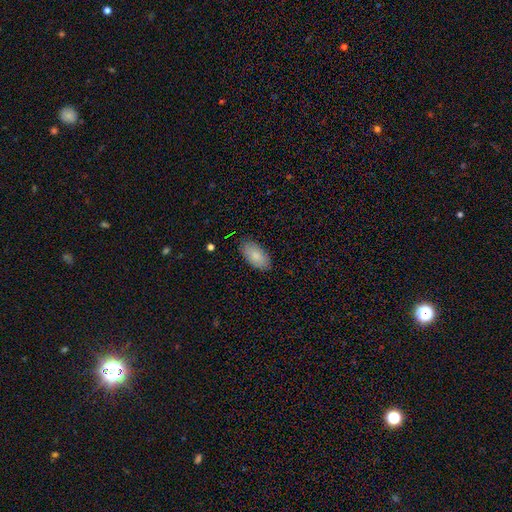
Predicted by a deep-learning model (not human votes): This is clearly a smooth galaxy (86%). How rounded: clearly in between (95%). Merging: clearly none (86%).